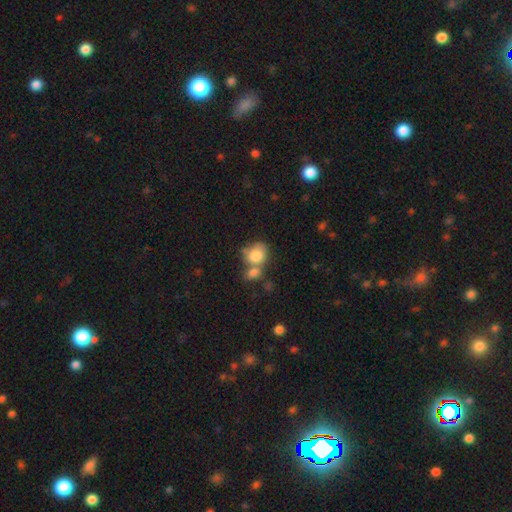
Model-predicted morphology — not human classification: Smooth or featured? Predicted: smooth (p=0.82). How rounded? Predicted: round (p=0.56). Merging? Predicted: merger (p=0.50).